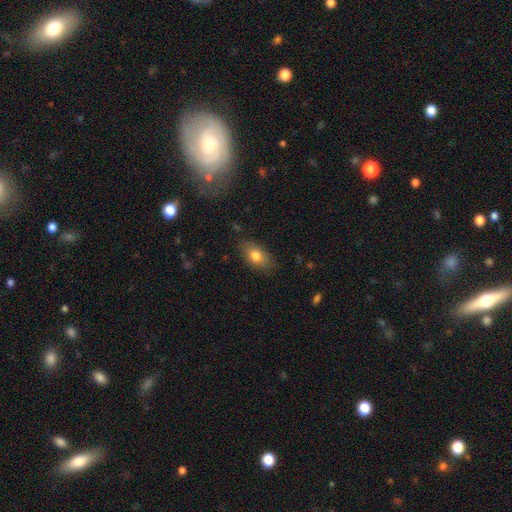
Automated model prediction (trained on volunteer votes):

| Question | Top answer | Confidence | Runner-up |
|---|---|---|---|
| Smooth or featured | smooth | 78% | featured or disk (14%) |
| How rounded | in between | 87% | round (8%) |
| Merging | none | 80% | minor disturbance (15%) |